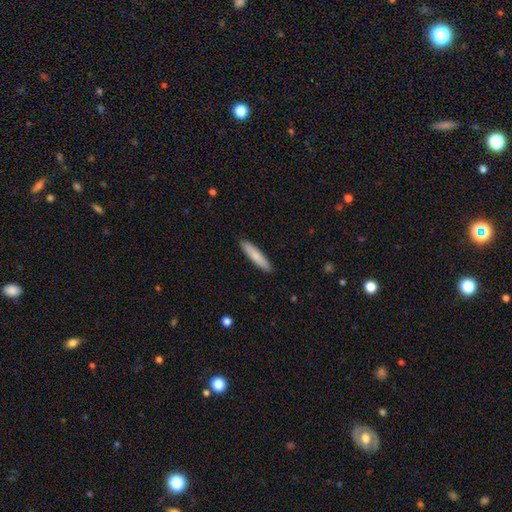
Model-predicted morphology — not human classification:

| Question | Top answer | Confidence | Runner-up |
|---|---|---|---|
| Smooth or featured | smooth | 81% | featured or disk (14%) |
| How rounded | cigar-shaped | 88% | in between (11%) |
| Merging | none | 91% | minor disturbance (6%) |